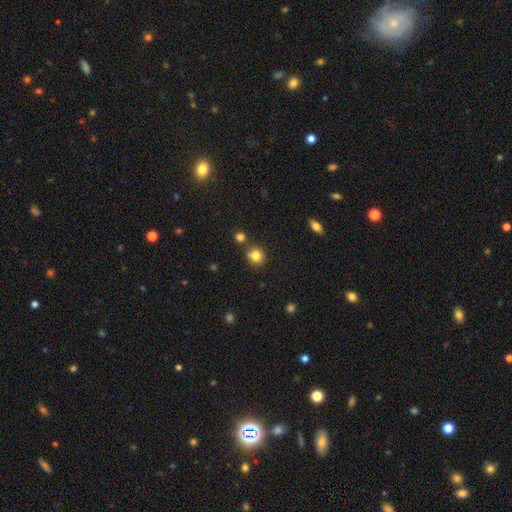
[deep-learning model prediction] A smooth galaxy with no disk features (81%) that is round (85%).

Vote fractions:
- Smooth or featured? smooth: 81% / star or artifact: 12% / featured or disk: 7%
- How rounded? round: 85% / in between: 14% / cigar-shaped: 1%
- Merging? none: 70% / merger: 18% / minor disturbance: 10% / major disturbance: 3%